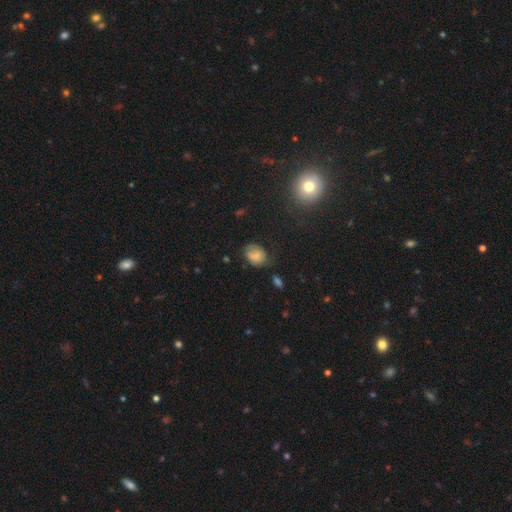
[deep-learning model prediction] Smooth or featured? smooth (69%)
How rounded? in between (61%)
Merging? none (50%)